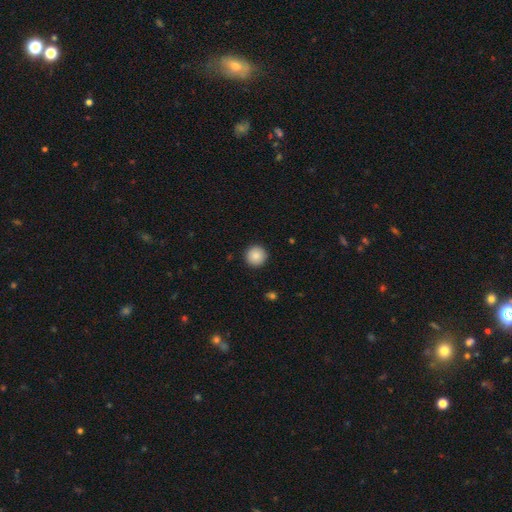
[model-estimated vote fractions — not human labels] Overall: smooth (87%). How rounded: round (96%). Merging: none (93%).